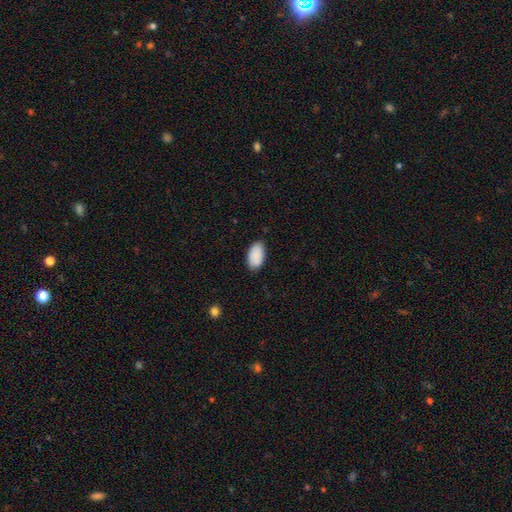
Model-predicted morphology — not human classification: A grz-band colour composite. It shows a smooth galaxy with no disk features (90%) that is in between round and cigar-shaped (95%). Merging: none (83%).